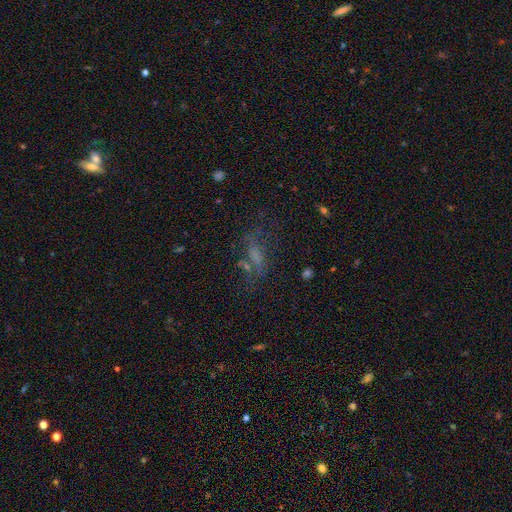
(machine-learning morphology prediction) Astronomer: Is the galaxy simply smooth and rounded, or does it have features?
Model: smooth — 40% (runner-up: featured or disk, 32%).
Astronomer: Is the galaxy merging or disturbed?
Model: none — 50%.